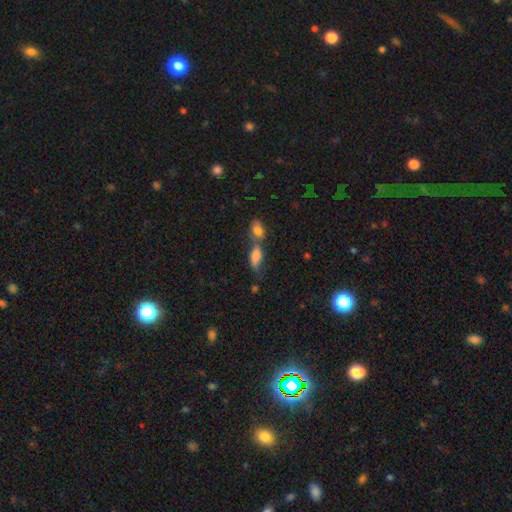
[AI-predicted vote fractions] A smooth galaxy with no disk features (68%) that is in between round and cigar-shaped (74%). Merging: merger (58%).